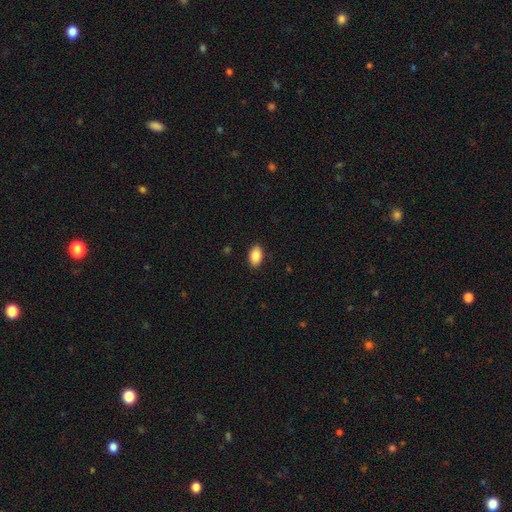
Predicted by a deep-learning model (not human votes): smooth 87%, star or artifact 7%, featured or disk 6%. Down the decision tree: how rounded — in between (92%); merging — none (88%).